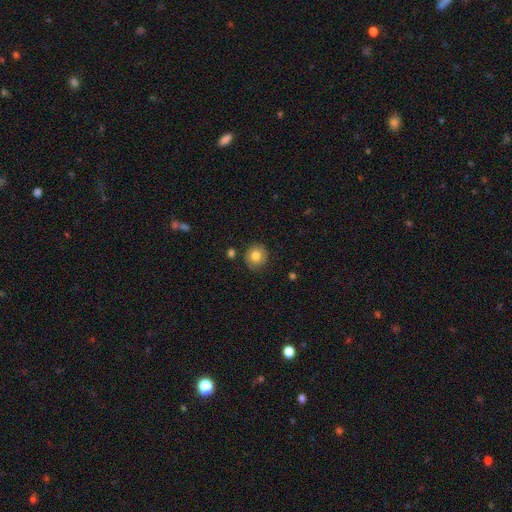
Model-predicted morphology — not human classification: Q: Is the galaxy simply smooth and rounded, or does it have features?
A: smooth — 77%.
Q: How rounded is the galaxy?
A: round — 88%.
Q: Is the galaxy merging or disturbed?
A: none — 86%.